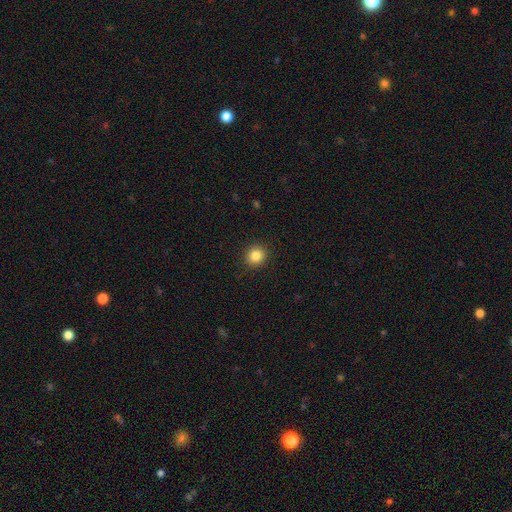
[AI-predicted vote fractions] Smooth or featured? Predicted: smooth (p=0.84). How rounded? Predicted: round (p=0.86). Merging? Predicted: none (p=0.91).